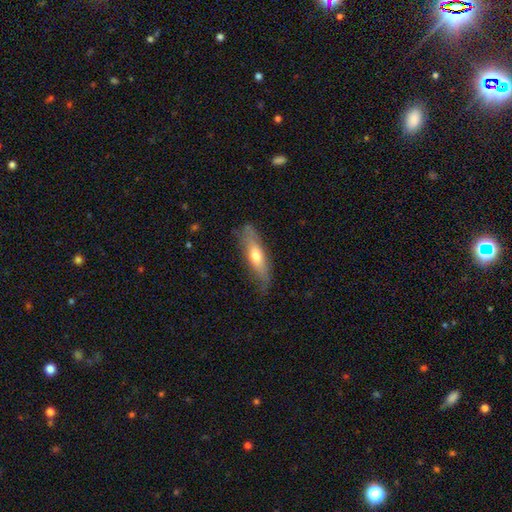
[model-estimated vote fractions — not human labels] Smooth or featured? Predicted: smooth (p=0.56). How rounded? Predicted: cigar-shaped (p=0.60). Merging? Predicted: none (p=0.72).